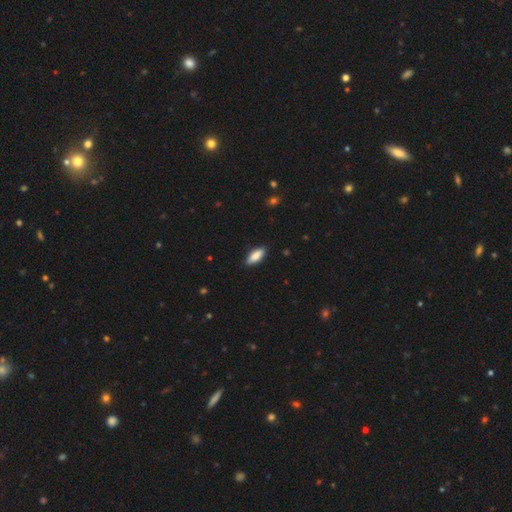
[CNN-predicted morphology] smooth 86%, featured or disk 9%, star or artifact 6%. Down the decision tree: how rounded — in between (78%); merging — none (87%).